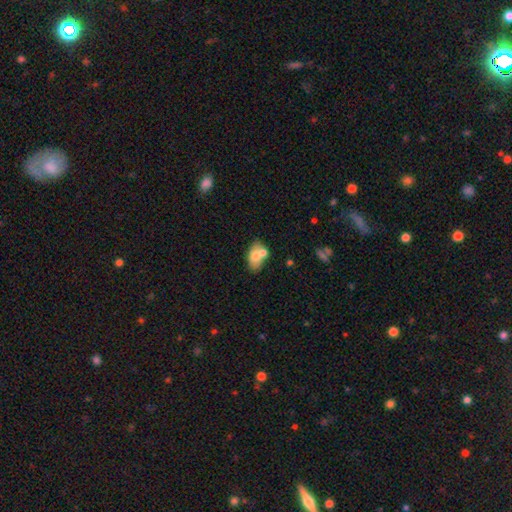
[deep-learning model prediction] The model was most divided on "merging": none: 48%, merger: 33%, minor disturbance: 15%, major disturbance: 5%. More confident: how rounded — in between (87%); smooth or featured — smooth (68%).